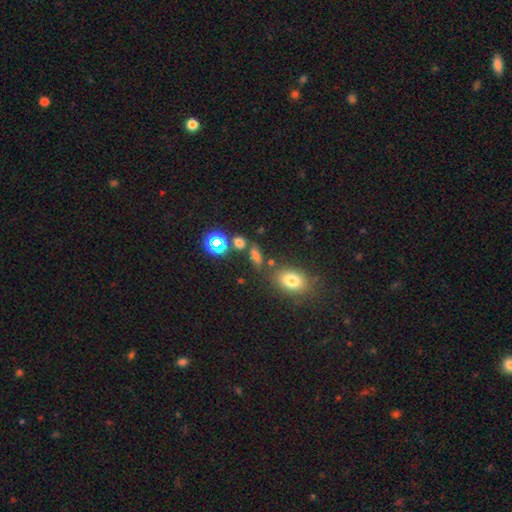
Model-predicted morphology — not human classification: Smooth or featured? smooth (66%)
How rounded? in between (62%)
Merging? none (66%)